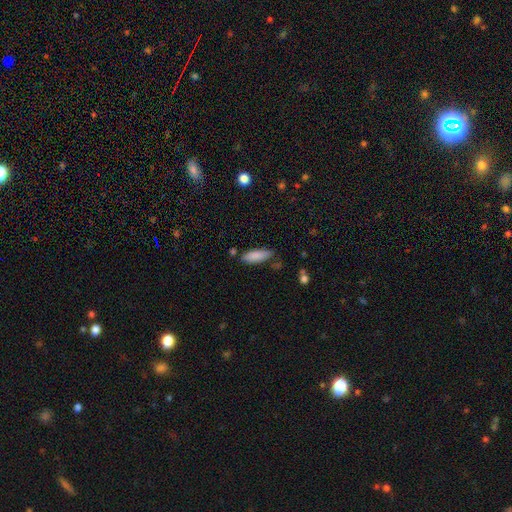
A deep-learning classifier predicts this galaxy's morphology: Q: Smooth or featured?
A: smooth (87%); runner-up: featured or disk (7%)
Q: How rounded?
A: in between (62%); runner-up: cigar-shaped (36%)
Q: Merging?
A: none (74%); runner-up: minor disturbance (18%)